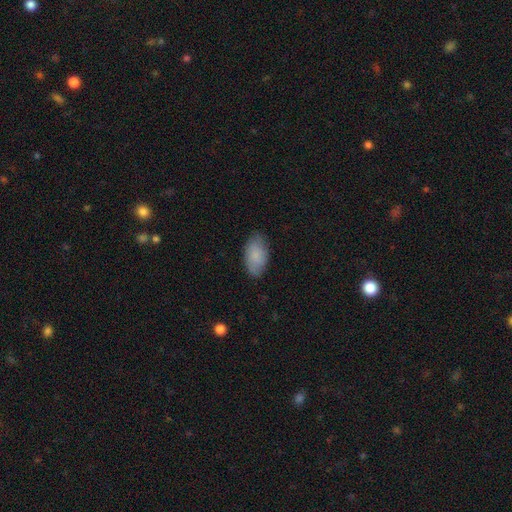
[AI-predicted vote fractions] smooth 82%, featured or disk 12%, star or artifact 6%. Down the decision tree: how rounded — in between (94%); merging — none (80%).